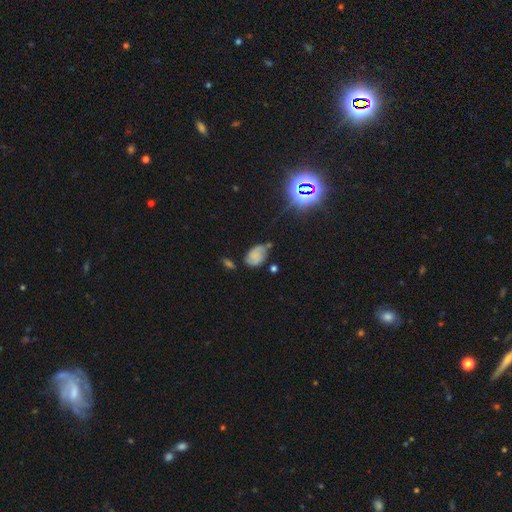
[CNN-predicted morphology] Overall: smooth (50%; featured or disk 35%). How rounded: in between (84%). Merging: none (44%; minor disturbance 35%).